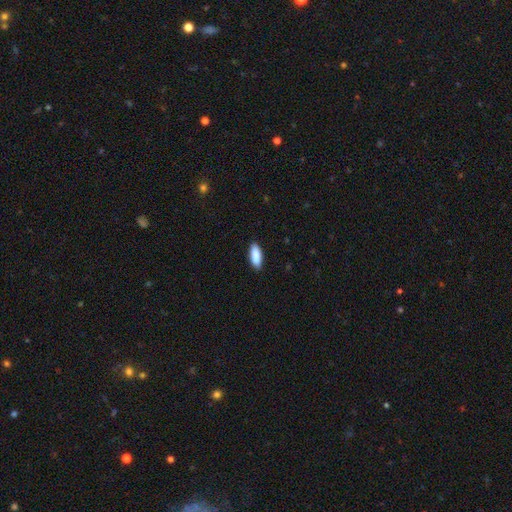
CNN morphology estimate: smooth_or_featured: smooth (p=0.89) [alt: star or artifact p=0.06]
how_rounded: in between (p=0.68) [alt: cigar-shaped p=0.30]
merging: none (p=0.88) [alt: minor disturbance p=0.09]